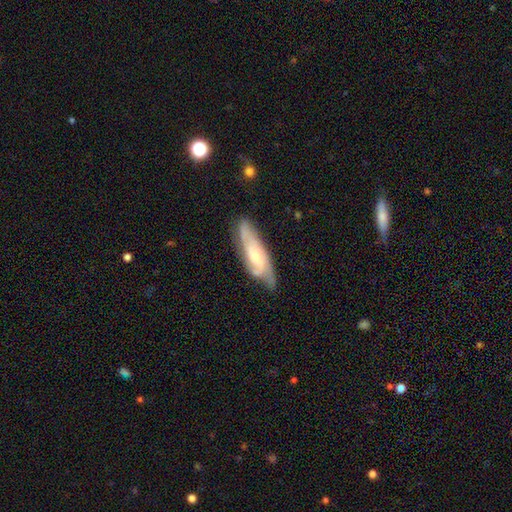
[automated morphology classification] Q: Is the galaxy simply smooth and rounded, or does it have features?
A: featured or disk — 70%.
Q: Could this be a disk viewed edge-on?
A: no — 78%.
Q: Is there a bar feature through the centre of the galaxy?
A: no — 62%.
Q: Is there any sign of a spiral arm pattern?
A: yes — 91%.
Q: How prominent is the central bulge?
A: small — 53%.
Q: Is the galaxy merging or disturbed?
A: none — 68%.